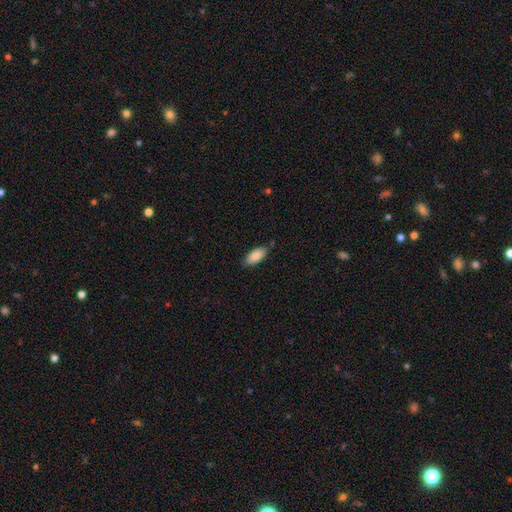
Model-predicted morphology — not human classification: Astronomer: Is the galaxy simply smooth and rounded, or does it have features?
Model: smooth — 85%.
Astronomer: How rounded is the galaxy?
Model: in between — 90%.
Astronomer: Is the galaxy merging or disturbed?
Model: none — 81%.